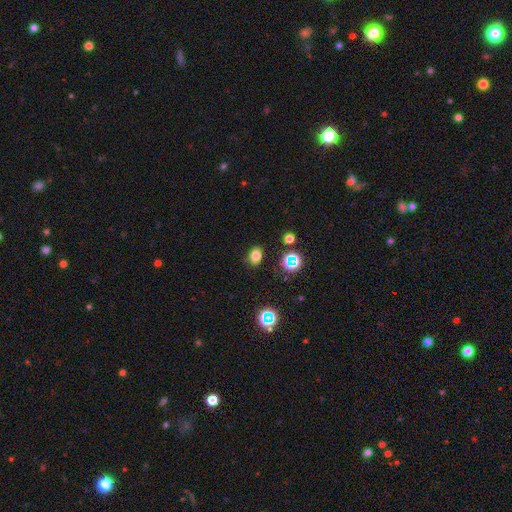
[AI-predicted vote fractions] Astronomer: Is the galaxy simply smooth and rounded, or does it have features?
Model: smooth — 76%.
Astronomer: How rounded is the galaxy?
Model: in between — 64%.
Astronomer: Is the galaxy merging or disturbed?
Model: none — 83%.